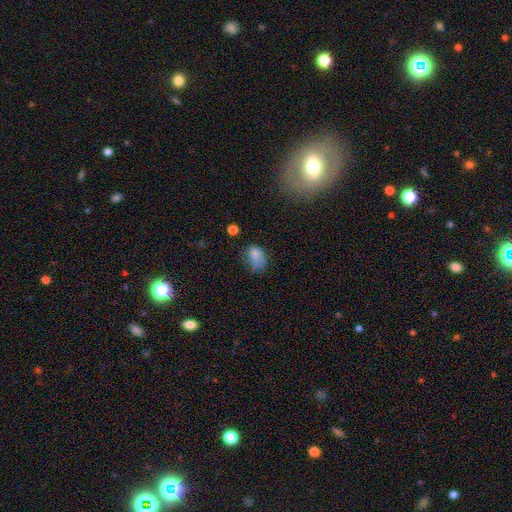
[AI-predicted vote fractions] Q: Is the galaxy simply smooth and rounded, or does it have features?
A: smooth — 75%.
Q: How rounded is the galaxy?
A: in between — 78%.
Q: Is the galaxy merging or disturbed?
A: none — 35%.